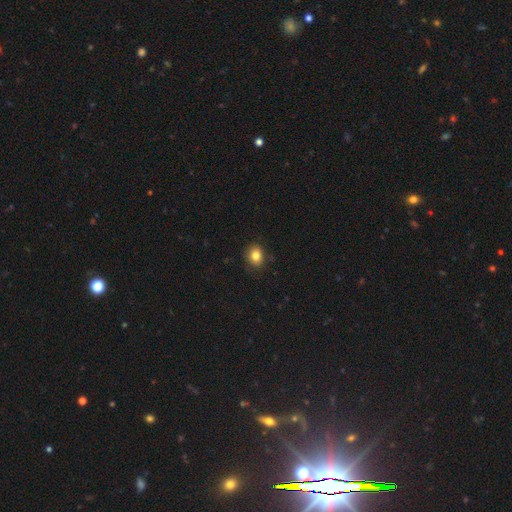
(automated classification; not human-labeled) Smooth or featured: smooth — 82% (star or artifact — 11%)
How rounded: round — 61% (in between — 38%)
Merging: none — 86% (minor disturbance — 11%)